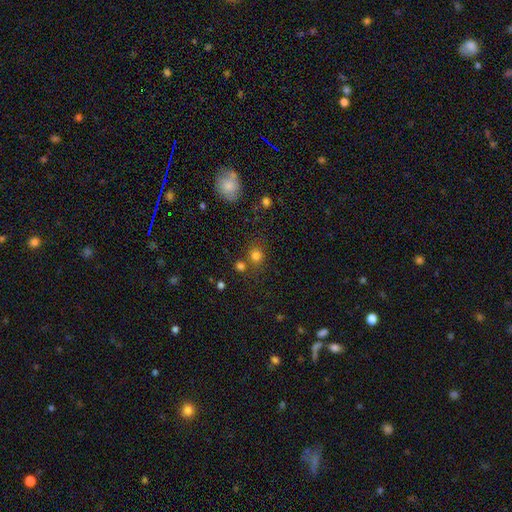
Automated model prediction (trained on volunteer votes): The model was most divided on "merging": none: 66%, merger: 18%, minor disturbance: 11%, major disturbance: 5%. More confident: how rounded — round (81%); smooth or featured — smooth (76%).